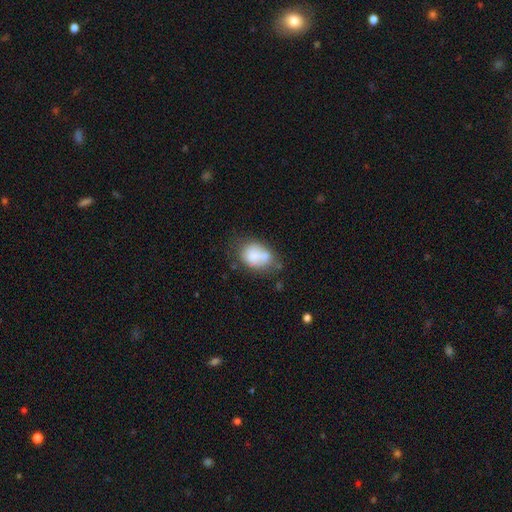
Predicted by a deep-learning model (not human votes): Smooth or featured: smooth — 69% (featured or disk — 22%)
How rounded: in between — 69% (round — 30%)
Merging: none — 38% (merger — 30%)